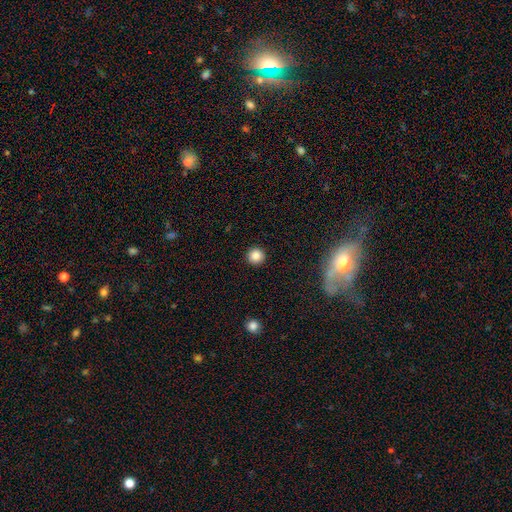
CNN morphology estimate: A smooth galaxy with no disk features (86%) that is round (95%).

Vote fractions:
- Smooth or featured? smooth: 86% / star or artifact: 10% / featured or disk: 3%
- How rounded? round: 95% / in between: 4% / cigar-shaped: 1%
- Merging? none: 93% / minor disturbance: 4% / major disturbance: 2% / merger: 1%